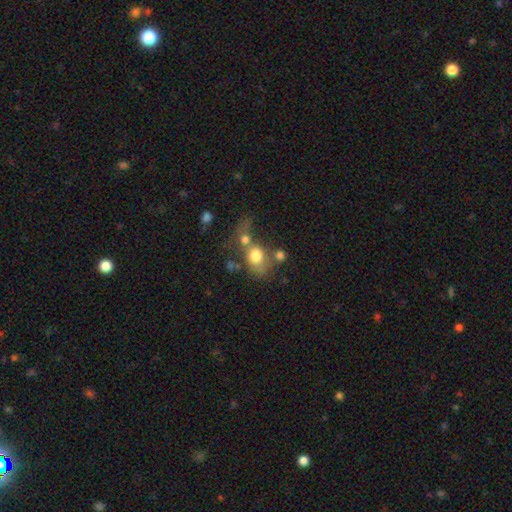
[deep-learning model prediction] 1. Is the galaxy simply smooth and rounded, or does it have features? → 73% smooth, 16% featured or disk, 11% star or artifact.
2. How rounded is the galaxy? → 52% round, 46% in between, 2% cigar-shaped.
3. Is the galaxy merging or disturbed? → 48% merger, 27% none, 13% major disturbance, 12% minor disturbance.